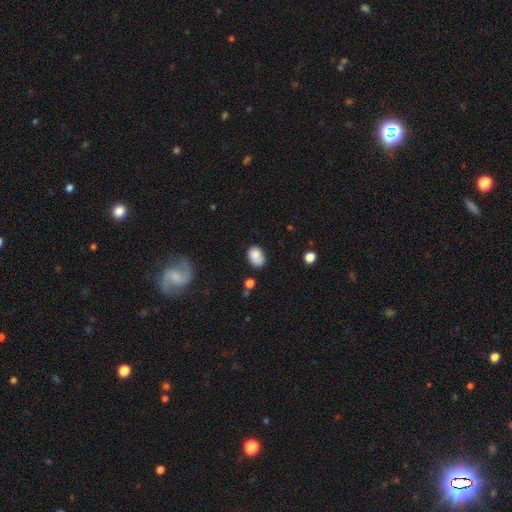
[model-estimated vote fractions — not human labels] smooth 85%, star or artifact 8%, featured or disk 7%. Down the decision tree: how rounded — in between (84%); merging — none (63%).